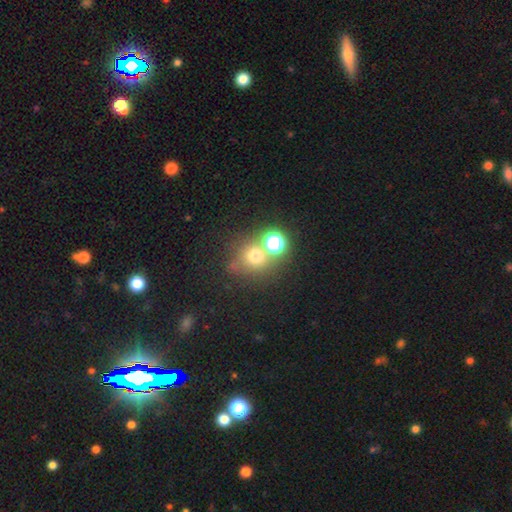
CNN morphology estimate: The model was most divided on "merging": none: 54%, merger: 32%, minor disturbance: 9%, major disturbance: 5%. More confident: how rounded — round (85%); smooth or featured — smooth (65%).